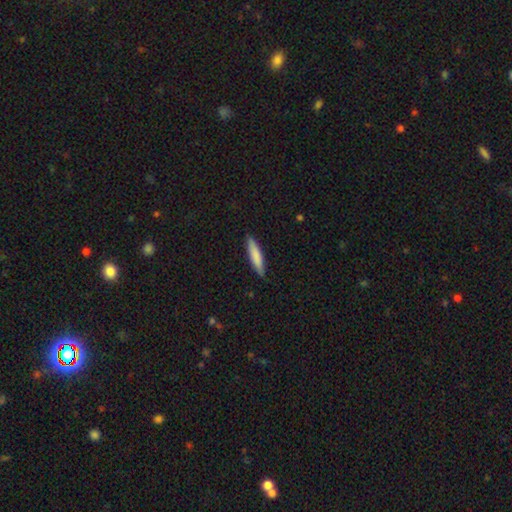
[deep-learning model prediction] smooth-or-featured: smooth: 80% | featured or disk: 15% | star or artifact: 5%
  how-rounded: cigar-shaped: 83% | in between: 16% | round: 1%
  merging: none: 88% | minor disturbance: 10% | major disturbance: 2% | merger: 1%